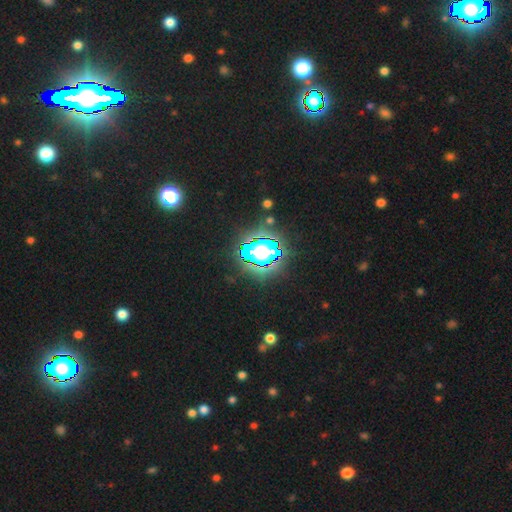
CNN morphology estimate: A star or artifact, not a galaxy (70%).

Vote fractions:
- Smooth or featured? star or artifact: 70% / smooth: 18% / featured or disk: 12%